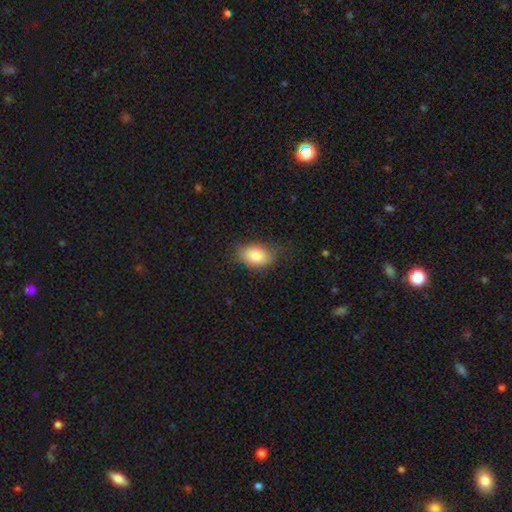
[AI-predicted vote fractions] The model was most divided on "merging": none: 73%, minor disturbance: 20%, major disturbance: 6%, merger: 1%. More confident: how rounded — in between (87%); smooth or featured — smooth (84%).